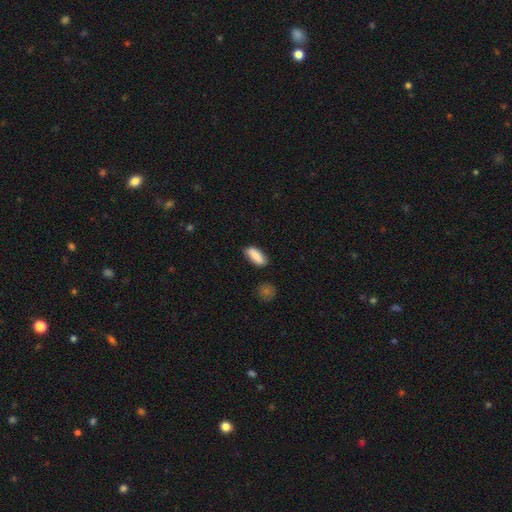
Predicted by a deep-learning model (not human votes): A smooth galaxy with no disk features (86%) that is in between round and cigar-shaped (77%).

Vote fractions:
- Smooth or featured? smooth: 86% / featured or disk: 8% / star or artifact: 6%
- How rounded? in between: 77% / cigar-shaped: 21% / round: 2%
- Merging? none: 82% / minor disturbance: 13% / major disturbance: 3% / merger: 2%